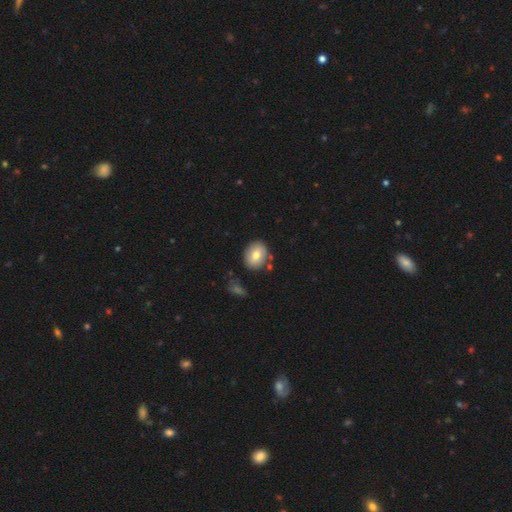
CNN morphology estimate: smooth 75%, featured or disk 17%, star or artifact 8%. Down the decision tree: how rounded — round (61%); merging — none (81%).